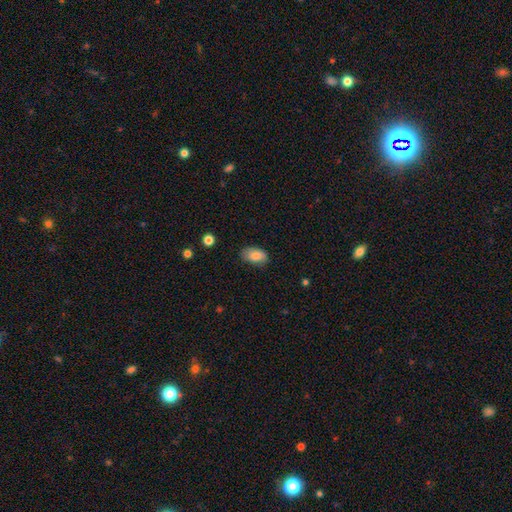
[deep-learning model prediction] A smooth galaxy with no disk features (85%) that is in between round and cigar-shaped (92%). Merging: none (76%).